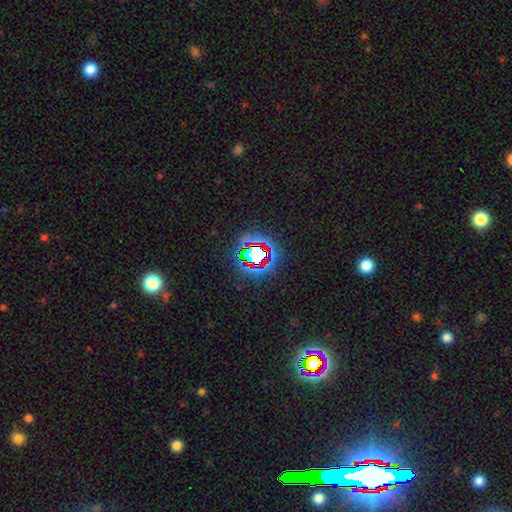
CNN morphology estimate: star or artifact 71%, smooth 18%, featured or disk 11%.